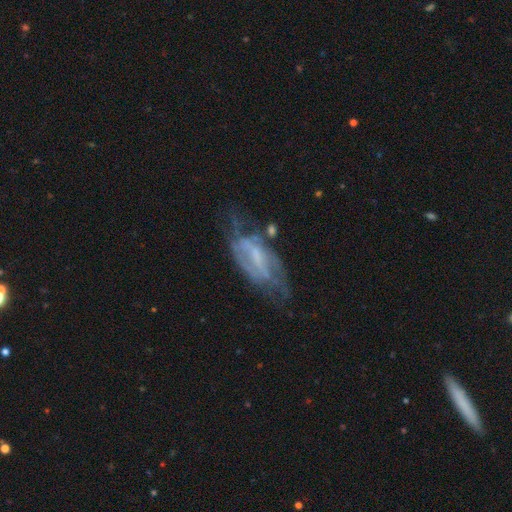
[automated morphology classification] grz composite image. It shows a featured or disk galaxy (71%) with a weak bar (44%), spiral arms (67%) and a small central bulge (41%). Merging: none (44%).